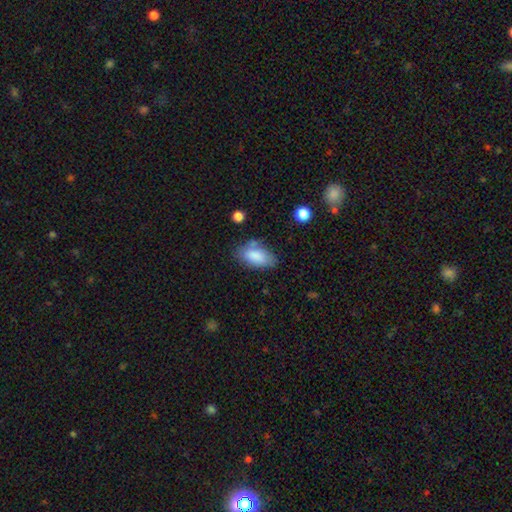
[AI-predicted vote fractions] smooth-or-featured: smooth: 83% | featured or disk: 9% | star or artifact: 7%
  how-rounded: in between: 92% | cigar-shaped: 4% | round: 4%
  merging: none: 61% | minor disturbance: 24% | merger: 9% | major disturbance: 7%